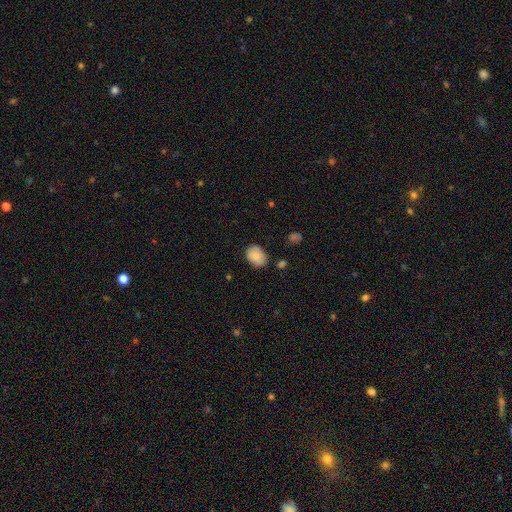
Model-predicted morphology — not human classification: A smooth galaxy with no disk features (83%) that is in between round and cigar-shaped (66%).

Vote fractions:
- Smooth or featured? smooth: 83% / featured or disk: 9% / star or artifact: 7%
- How rounded? in between: 66% / round: 33% / cigar-shaped: 1%
- Merging? none: 70% / minor disturbance: 23% / major disturbance: 4% / merger: 3%